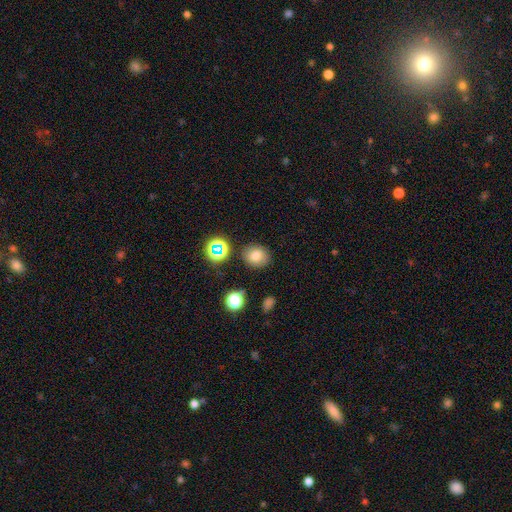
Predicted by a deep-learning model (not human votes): Morphology: type=smooth (76%); roundness=round (77%); merging=none (85%).